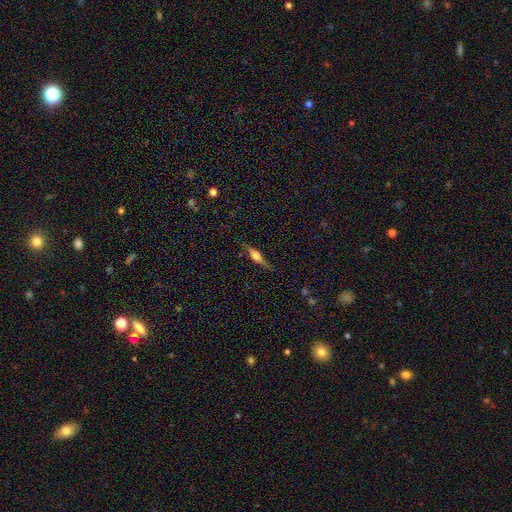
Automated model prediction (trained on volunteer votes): A featured or disk galaxy (63%) viewed edge-on (93%) with a rounded central bulge (85%). Merging: none (79%).